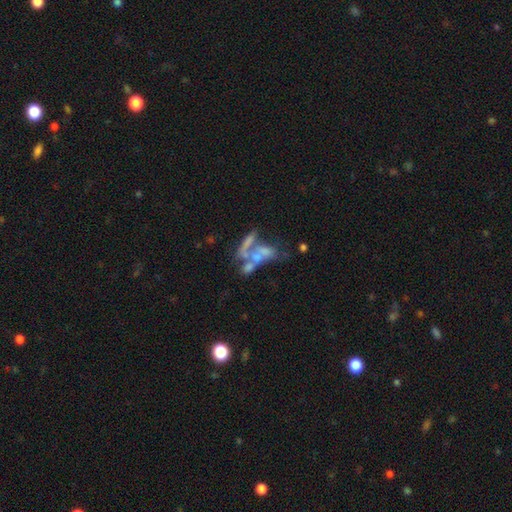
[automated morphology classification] smooth_or_featured: featured or disk (p=0.59) [alt: smooth p=0.23]
disk_edge_on: no (p=0.93) [alt: yes p=0.07]
bar: no (p=0.88) [alt: weak p=0.08]
has_spiral_arms: no (p=0.85) [alt: yes p=0.15]
bulge_size: none (p=0.66) [alt: small p=0.17]
merging: merger (p=0.56) [alt: major disturbance p=0.22]